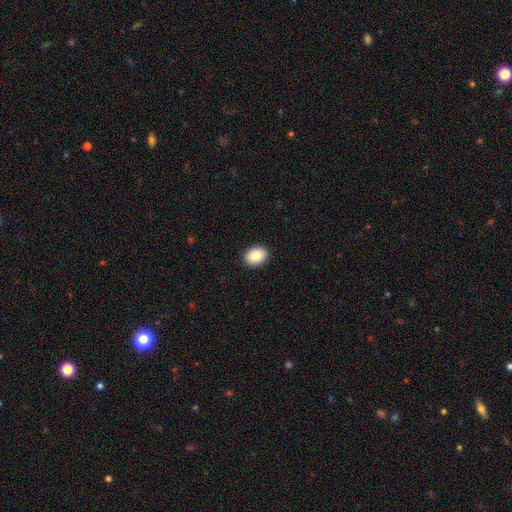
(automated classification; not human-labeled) Smooth or featured? Predicted: smooth (p=0.85). How rounded? Predicted: in between (p=0.58). Merging? Predicted: none (p=0.92).